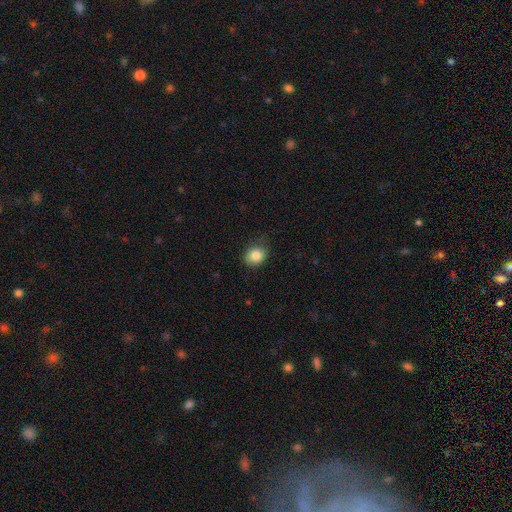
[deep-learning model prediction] This is clearly a smooth galaxy (84%). How rounded: likely round (61%). Merging: likely none (72%).